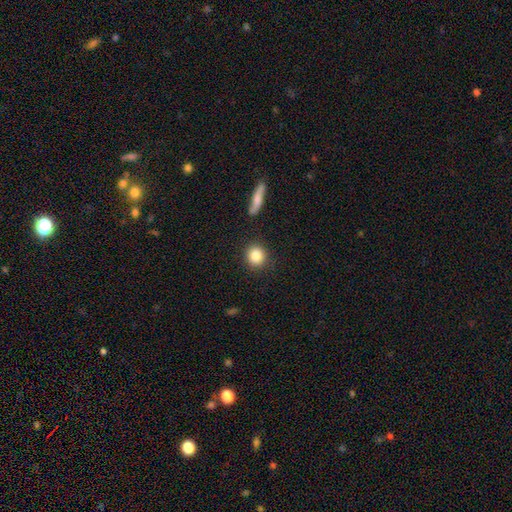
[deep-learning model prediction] The model was most divided on "how rounded": round: 86%, in between: 12%, cigar-shaped: 2%. More confident: merging — none (88%); smooth or featured — smooth (85%).